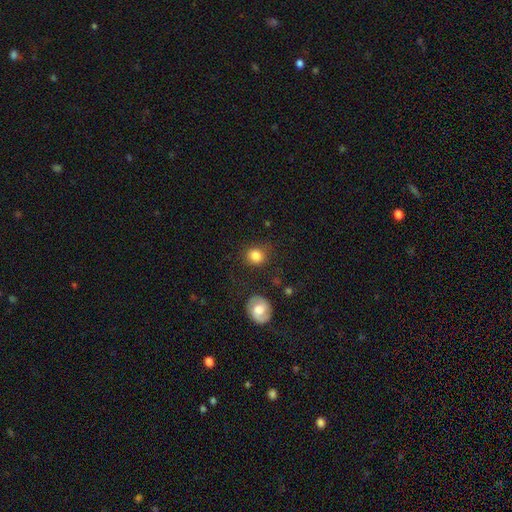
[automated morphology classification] Smooth or featured: smooth — 84% (star or artifact — 9%)
How rounded: round — 82% (in between — 17%)
Merging: none — 80% (minor disturbance — 13%)